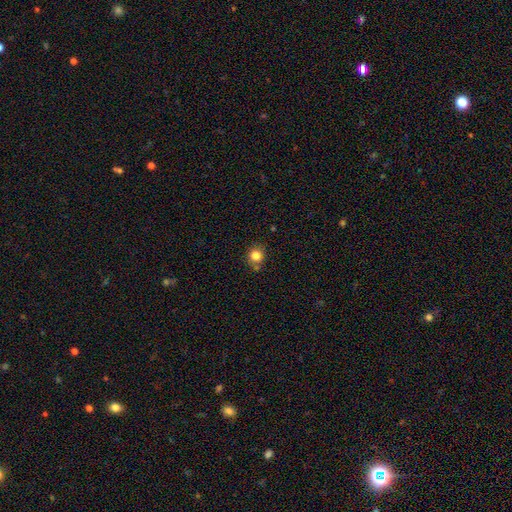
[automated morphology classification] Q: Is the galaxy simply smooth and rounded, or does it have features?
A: smooth — 82%.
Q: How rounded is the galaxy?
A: round — 85%.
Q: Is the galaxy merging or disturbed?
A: none — 78%.